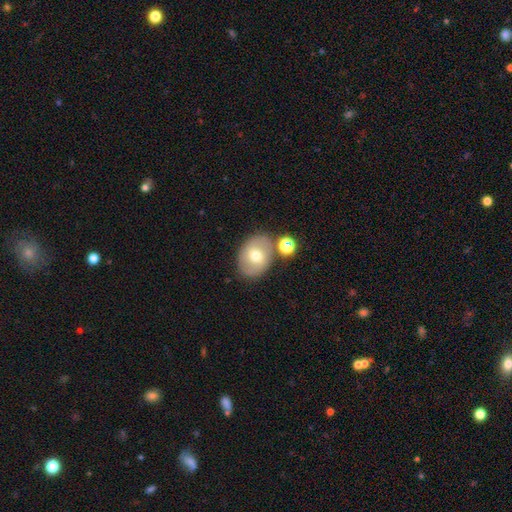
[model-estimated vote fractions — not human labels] A smooth galaxy with no disk features (59%) that is in between round and cigar-shaped (65%).

Vote fractions:
- Smooth or featured? smooth: 59% / featured or disk: 32% / star or artifact: 9%
- How rounded? in between: 65% / round: 34% / cigar-shaped: 1%
- Merging? none: 71% / minor disturbance: 13% / merger: 11% / major disturbance: 4%